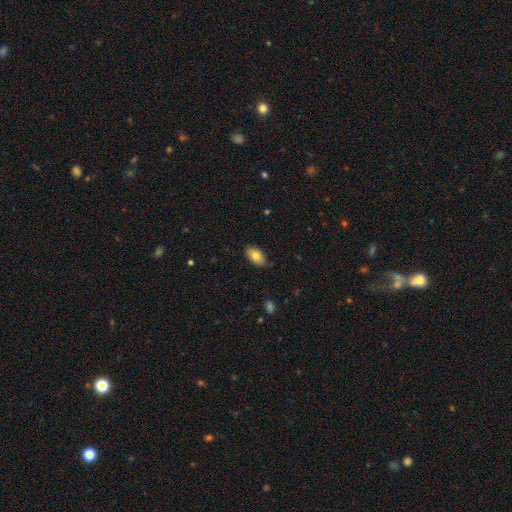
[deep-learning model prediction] Overall: smooth (78%). How rounded: in between (93%). Merging: none (81%).